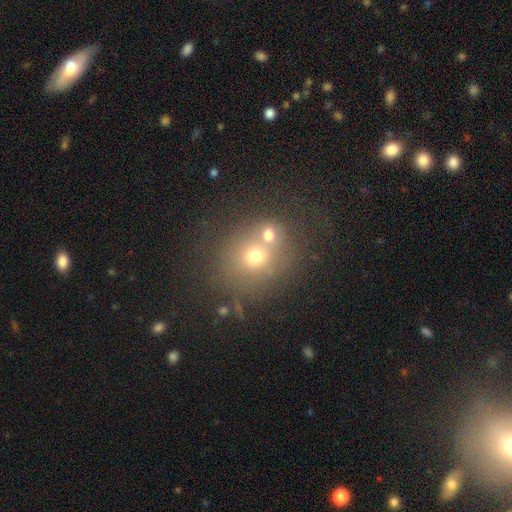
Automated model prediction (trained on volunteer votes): This appears to be a smooth galaxy with no disk features (64%) that is round (76%). Merging: none (43%).